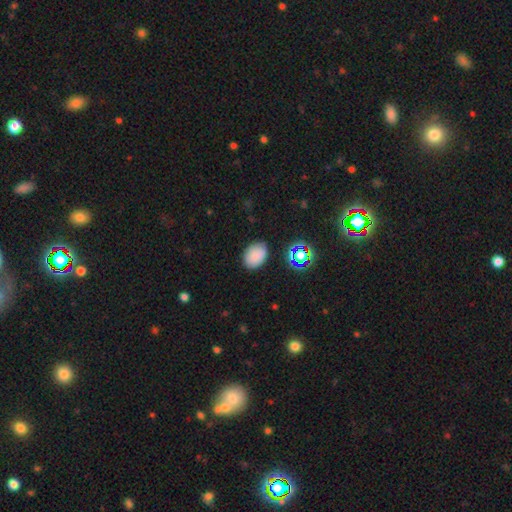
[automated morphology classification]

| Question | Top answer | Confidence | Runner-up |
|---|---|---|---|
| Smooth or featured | smooth | 82% | star or artifact (12%) |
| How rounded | in between | 75% | round (24%) |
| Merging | none | 83% | minor disturbance (12%) |